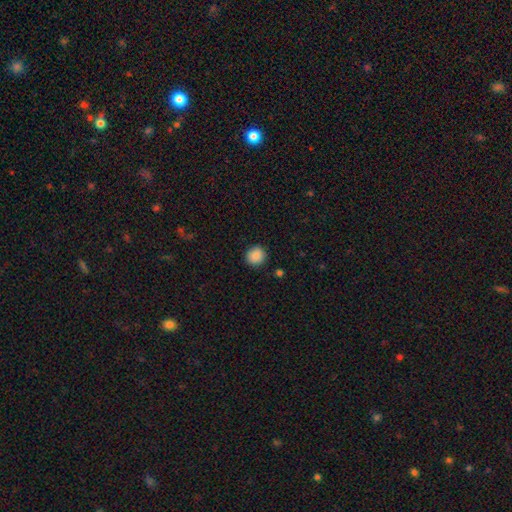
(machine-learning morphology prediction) Q: Smooth or featured?
A: smooth (88%); runner-up: star or artifact (9%)
Q: How rounded?
A: round (90%); runner-up: in between (9%)
Q: Merging?
A: none (90%); runner-up: minor disturbance (7%)